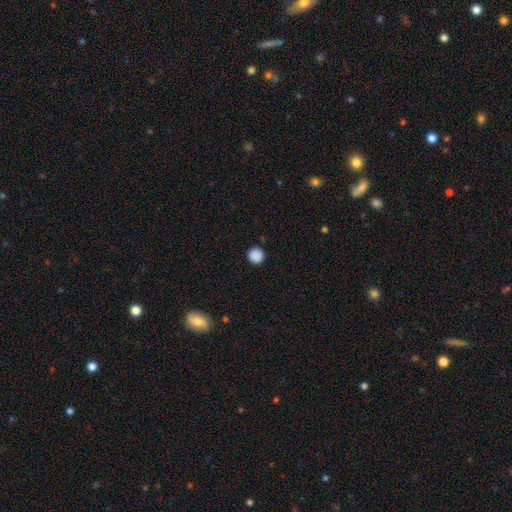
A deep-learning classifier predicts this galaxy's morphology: Q: Smooth or featured?
A: smooth (88%); runner-up: star or artifact (10%)
Q: How rounded?
A: round (96%); runner-up: in between (3%)
Q: Merging?
A: none (92%); runner-up: minor disturbance (5%)